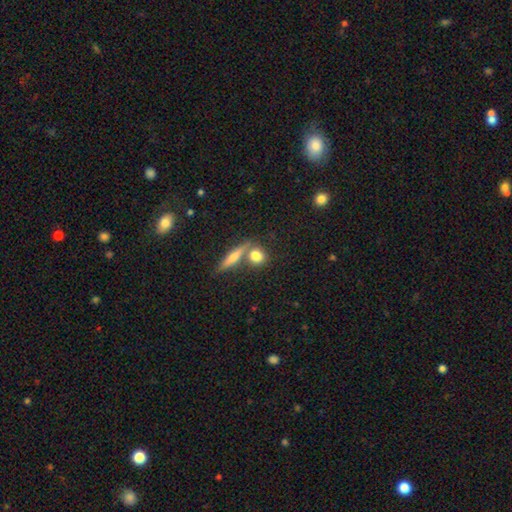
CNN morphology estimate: This appears to be a smooth galaxy with no disk features (77%) that is round (62%). Merging: none (59%).